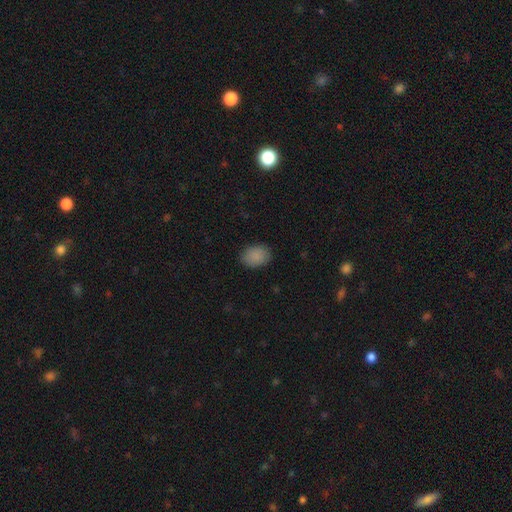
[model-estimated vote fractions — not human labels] Smooth or featured: smooth — 88% (star or artifact — 9%)
How rounded: in between — 72% (round — 27%)
Merging: none — 85% (minor disturbance — 11%)